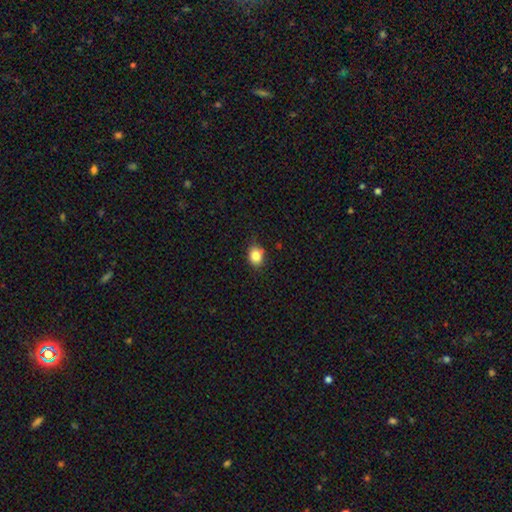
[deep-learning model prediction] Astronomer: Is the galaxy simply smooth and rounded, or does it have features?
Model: smooth — 84%.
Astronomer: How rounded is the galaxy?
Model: round — 55% (runner-up: in between, 44%).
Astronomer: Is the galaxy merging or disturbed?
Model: none — 77%.